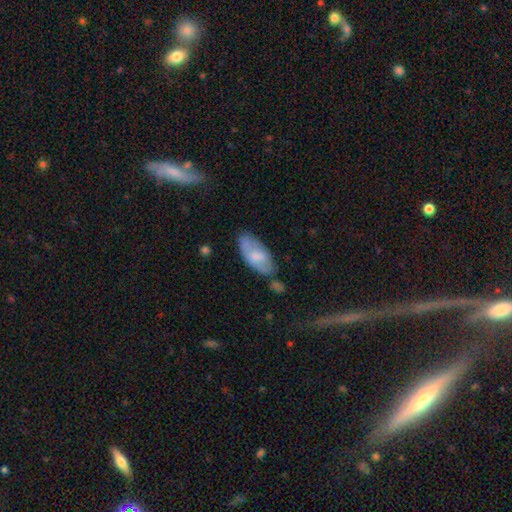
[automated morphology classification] This appears to be a smooth galaxy with no disk features (65%) that is in between round and cigar-shaped (90%). Merging: none (58%).